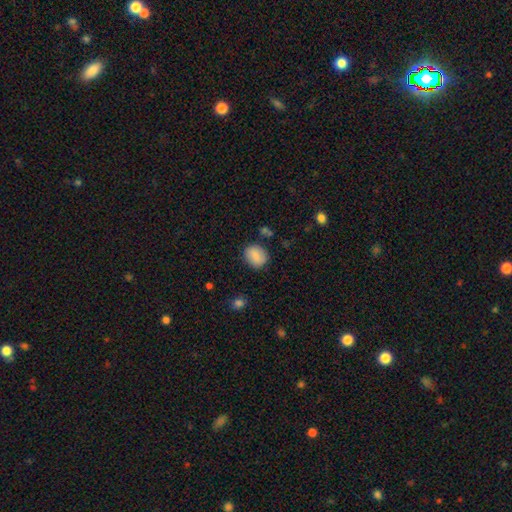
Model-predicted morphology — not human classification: smooth-or-featured: smooth: 84% | featured or disk: 8% | star or artifact: 8%
  how-rounded: round: 65% | in between: 34% | cigar-shaped: 1%
  merging: none: 84% | minor disturbance: 11% | major disturbance: 3% | merger: 2%